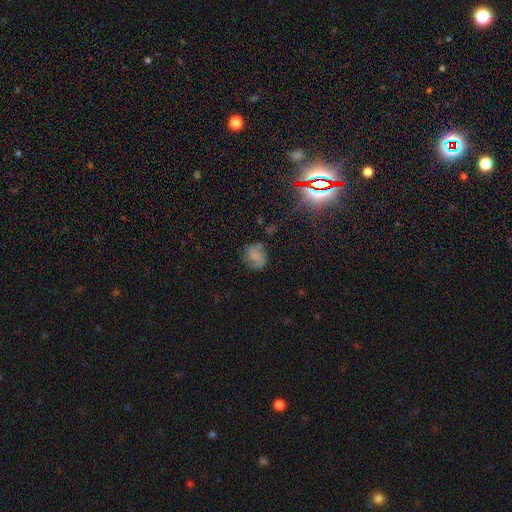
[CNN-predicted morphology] This appears to be a smooth galaxy with no disk features (50%) that is round (67%). Merging: none (66%).